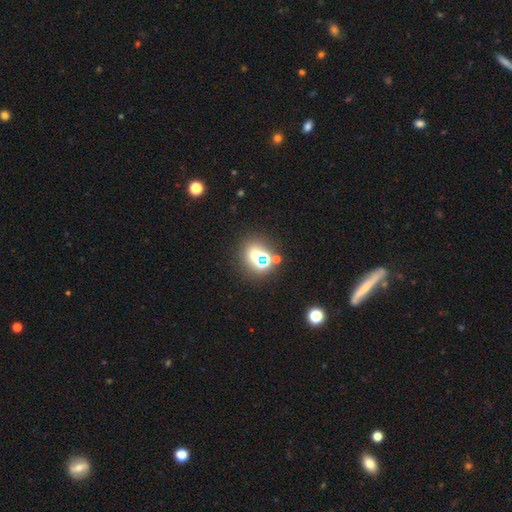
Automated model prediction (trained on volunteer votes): Smooth or featured?
  - star or artifact: 46% *
  - smooth: 41%
  - featured or disk: 13%